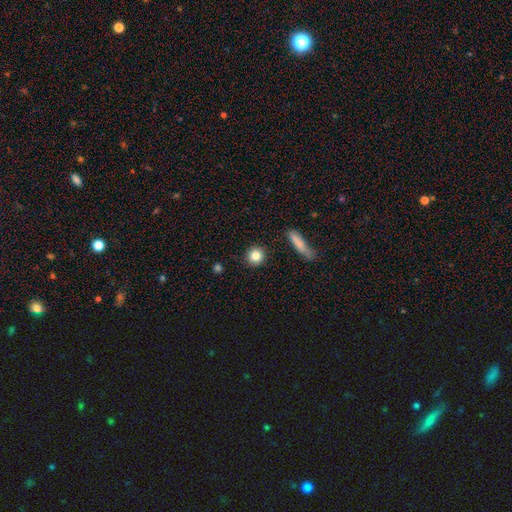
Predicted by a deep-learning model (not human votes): Overall: smooth (84%). How rounded: round (89%). Merging: none (89%).